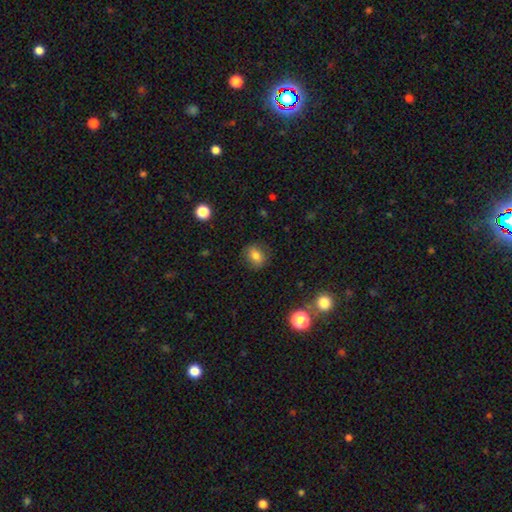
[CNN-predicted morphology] A smooth galaxy with no disk features (76%) that is round (54%). Merging: none (83%).